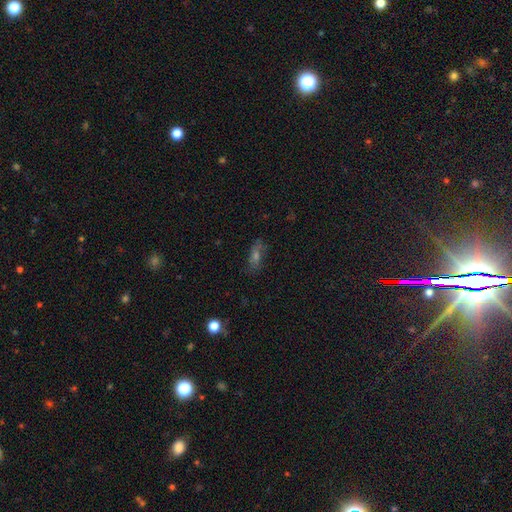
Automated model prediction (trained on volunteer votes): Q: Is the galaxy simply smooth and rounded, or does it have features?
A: smooth — 40%.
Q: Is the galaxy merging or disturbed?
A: none — 77%.